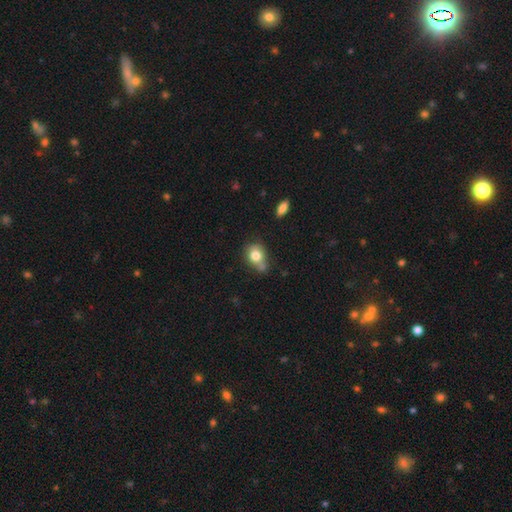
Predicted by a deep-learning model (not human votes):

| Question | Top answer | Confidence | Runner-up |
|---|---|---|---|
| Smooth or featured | smooth | 78% | featured or disk (13%) |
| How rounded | round | 58% | in between (40%) |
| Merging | none | 43% | minor disturbance (25%) |